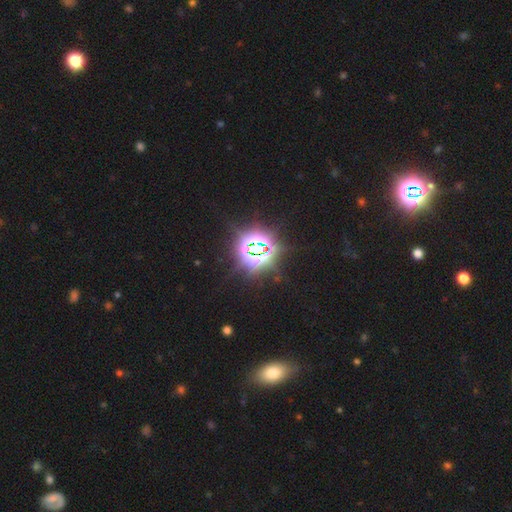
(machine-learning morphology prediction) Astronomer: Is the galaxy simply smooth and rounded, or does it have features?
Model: star or artifact — 84%.